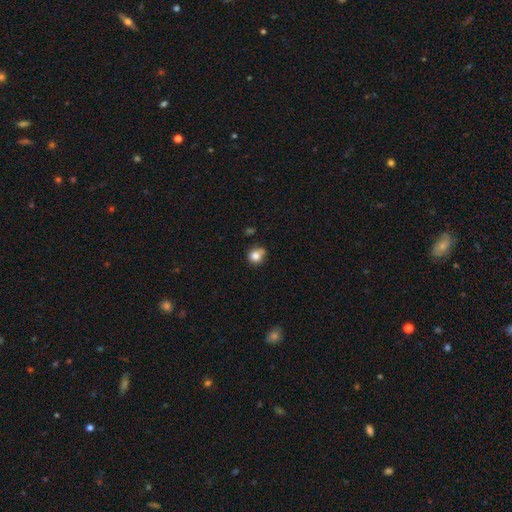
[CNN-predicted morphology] Overall: smooth (81%). How rounded: round (75%). Merging: none (58%; minor disturbance 29%).